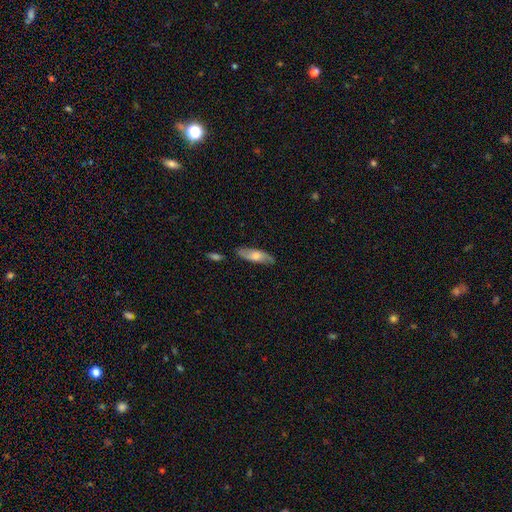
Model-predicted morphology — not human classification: Smooth or featured? Predicted: smooth (p=0.57). How rounded? Predicted: in between (p=0.51). Merging? Predicted: none (p=0.81).